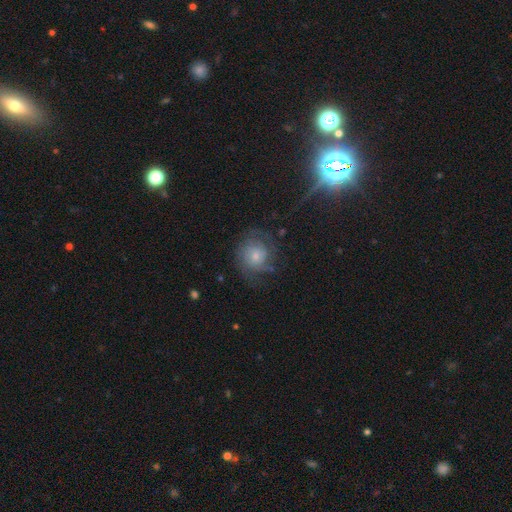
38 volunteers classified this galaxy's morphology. Smooth or featured? featured or disk (71%)
Edge-on disk? no (100%)
Bar? no (74%)
Spiral arms? yes (93%)
Spiral winding? tight (44%)
Spiral arm count? 2 (48%)
Bulge size? moderate (52%)
Merging? none (53%)